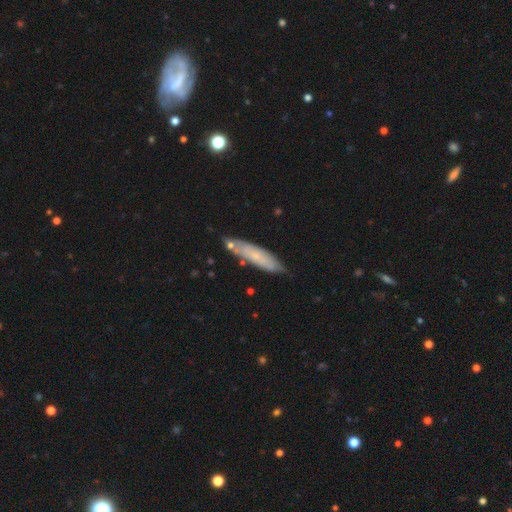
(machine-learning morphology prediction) Smooth or featured? Predicted: smooth (p=0.58). How rounded? Predicted: cigar-shaped (p=0.75). Merging? Predicted: none (p=0.72).